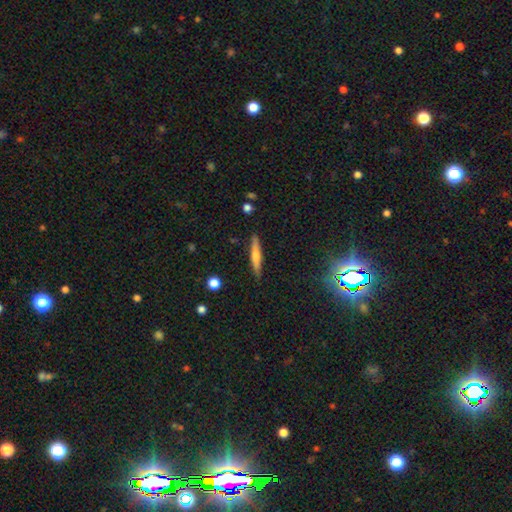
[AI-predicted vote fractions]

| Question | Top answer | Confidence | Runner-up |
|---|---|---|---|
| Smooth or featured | smooth | 50% | featured or disk (42%) |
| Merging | none | 89% | minor disturbance (8%) |